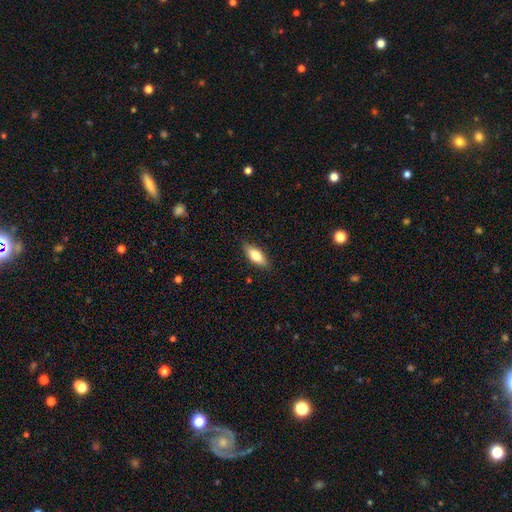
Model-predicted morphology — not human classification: smooth_or_featured: smooth (p=0.75) [alt: featured or disk p=0.19]
how_rounded: in between (p=0.77) [alt: cigar-shaped p=0.21]
merging: none (p=0.86) [alt: minor disturbance p=0.11]